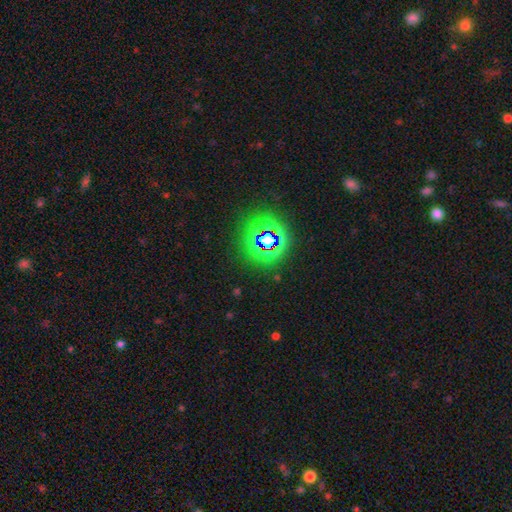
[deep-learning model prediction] A star or artifact, not a galaxy (60%).